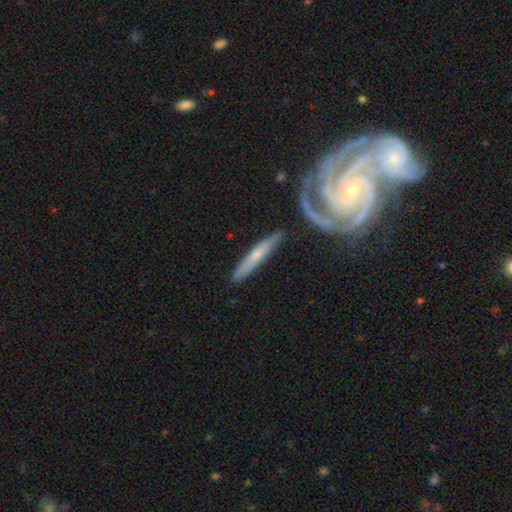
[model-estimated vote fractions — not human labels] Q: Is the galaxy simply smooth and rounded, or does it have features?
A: featured or disk — 51%.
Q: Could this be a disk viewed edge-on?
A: yes — 77%.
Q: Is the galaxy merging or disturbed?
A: none — 81%.